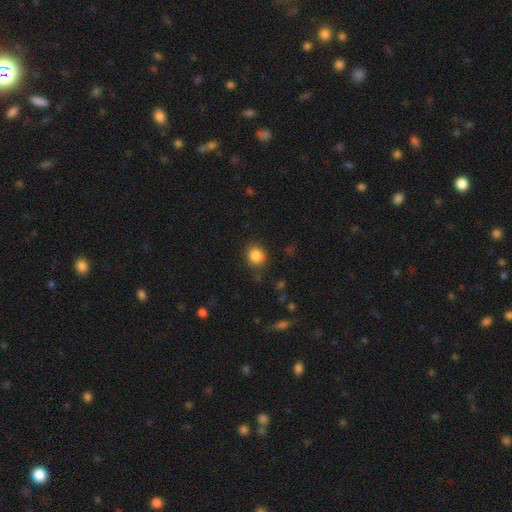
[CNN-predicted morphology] smooth_or_featured: smooth (p=0.85) [alt: star or artifact p=0.10]
how_rounded: round (p=0.83) [alt: in between p=0.16]
merging: none (p=0.82) [alt: minor disturbance p=0.13]